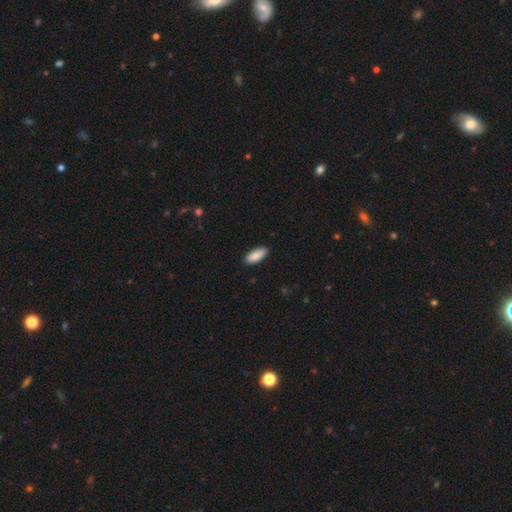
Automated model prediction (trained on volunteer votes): Morphology: type=smooth (88%); roundness=in between (82%); merging=none (88%).